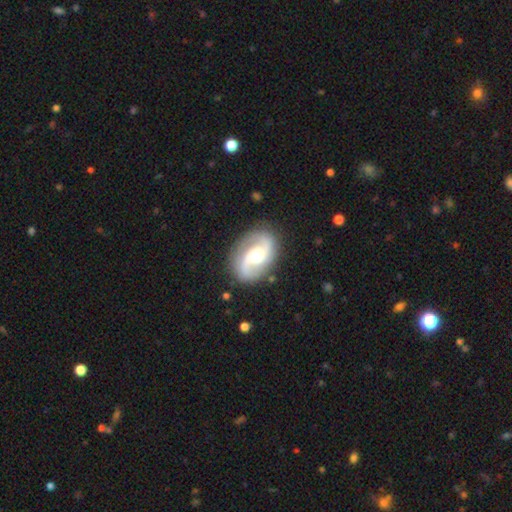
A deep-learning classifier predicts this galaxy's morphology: A featured or disk galaxy (87%) with no bar (48%), 2 (93%) medium (50%) spiral arms (97%) and a moderate central bulge (64%).

Vote fractions:
- Smooth or featured? featured or disk: 87% / smooth: 9% / star or artifact: 5%
- Edge-on disk? no: 98% / yes: 2%
- Bar? no: 48% / weak: 39% / strong: 13%
- Spiral arms? yes: 97% / no: 3%
- Spiral winding? medium: 50% / loose: 33% / tight: 17%
- Spiral arm count? 2: 93% / can't tell: 3% / 1: 2% / 3: 1% / 4: 1% / more than 4: 1%
- Bulge size? moderate: 64% / small: 23% / large: 10% / dominant: 1% / none: 1%
- Merging? none: 84% / minor disturbance: 11% / major disturbance: 4% / merger: 1%